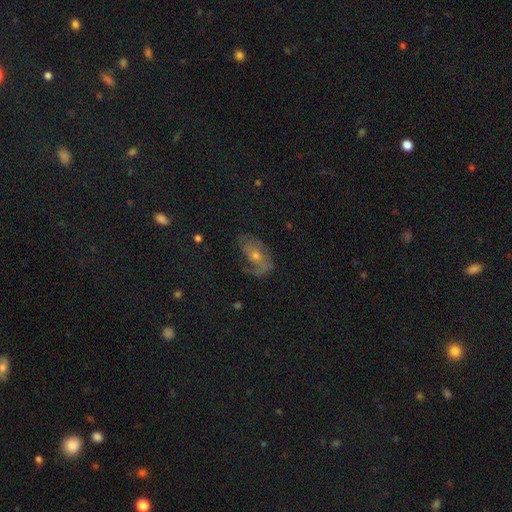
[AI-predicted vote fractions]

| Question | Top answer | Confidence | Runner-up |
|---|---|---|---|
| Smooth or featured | featured or disk | 57% | smooth (26%) |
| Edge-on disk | no | 93% | yes (7%) |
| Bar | no | 75% | weak (20%) |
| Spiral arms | yes | 74% | no (26%) |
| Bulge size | moderate | 49% | small (44%) |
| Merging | none | 48% | major disturbance (26%) |